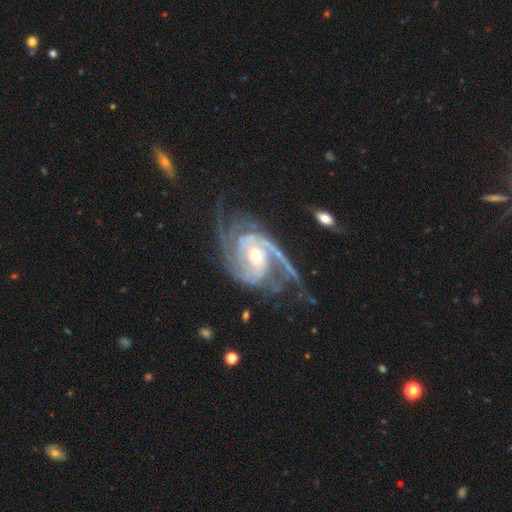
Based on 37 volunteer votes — A featured or disk galaxy (92%) with no bar (65%), 2 (35%) tight (47%) spiral arms (100%) and a moderate central bulge (59%).

Vote fractions:
- Smooth or featured? featured or disk: 92% / smooth: 5% / star or artifact: 3%
- Edge-on disk? no: 100% / yes: 0%
- Bar? no: 65% / weak: 26% / strong: 9%
- Spiral arms? yes: 100% / no: 0%
- Spiral winding? tight: 47% / medium: 38% / loose: 15%
- Spiral arm count? 2: 35% / 4: 29% / 3: 15% / more than 4: 12% / can't tell: 9% / 1: 0%
- Bulge size? moderate: 59% / small: 35% / dominant: 3% / large: 3% / none: 0%
- Merging? none: 67% / minor disturbance: 17% / major disturbance: 11% / merger: 6%